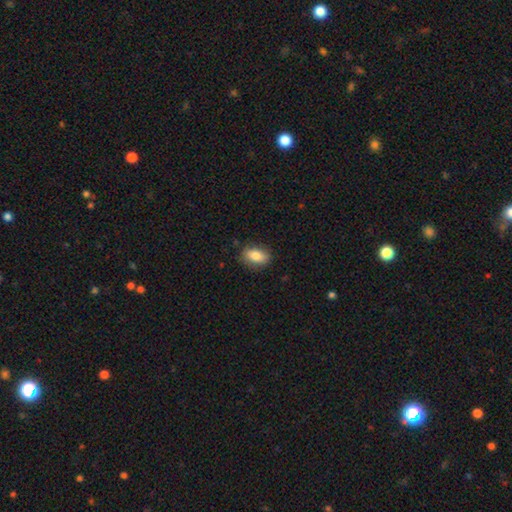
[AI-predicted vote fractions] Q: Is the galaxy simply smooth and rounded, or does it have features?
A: smooth — 83%.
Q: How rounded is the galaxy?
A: in between — 87%.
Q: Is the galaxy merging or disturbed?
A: none — 84%.